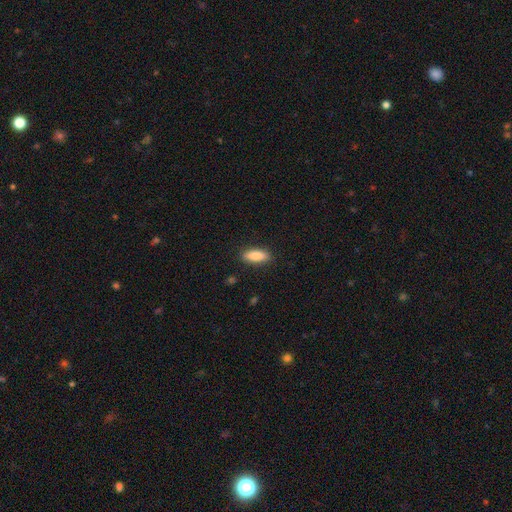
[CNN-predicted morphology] Smooth or featured? Predicted: smooth (p=0.86). How rounded? Predicted: in between (p=0.73). Merging? Predicted: none (p=0.88).